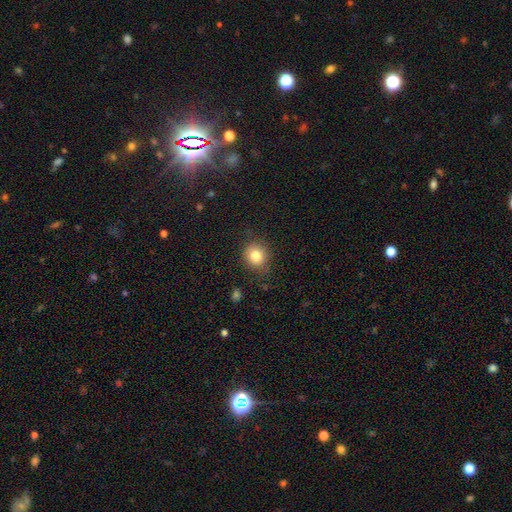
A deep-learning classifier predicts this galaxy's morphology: A smooth galaxy with no disk features (82%) that is round (84%).

Vote fractions:
- Smooth or featured? smooth: 82% / star or artifact: 11% / featured or disk: 8%
- How rounded? round: 84% / in between: 15% / cigar-shaped: 1%
- Merging? none: 82% / minor disturbance: 13% / major disturbance: 4% / merger: 1%